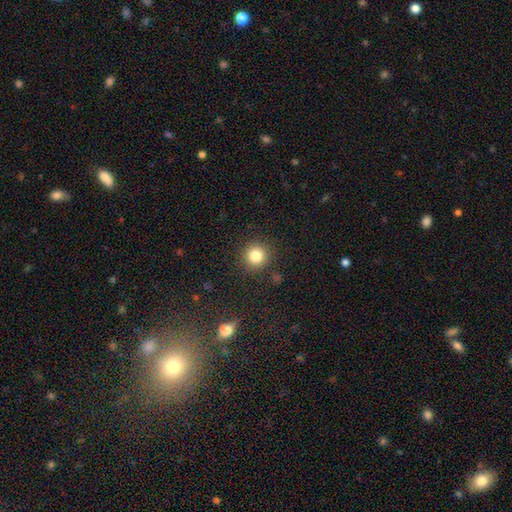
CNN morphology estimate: This appears to be a smooth galaxy with no disk features (82%) that is round (94%). Merging: none (90%).